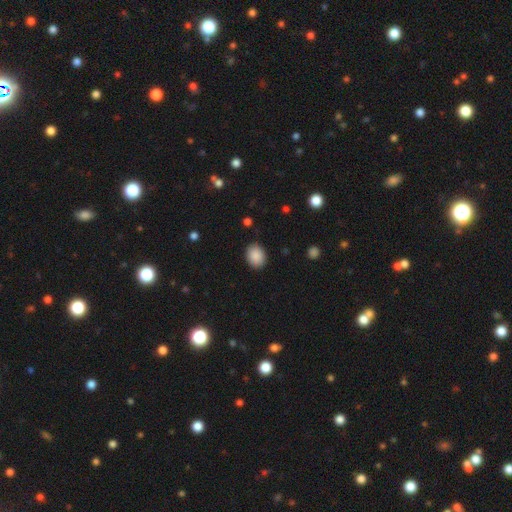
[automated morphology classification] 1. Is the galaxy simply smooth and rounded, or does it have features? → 89% smooth, 8% star or artifact, 3% featured or disk.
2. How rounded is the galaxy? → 55% in between, 44% round, 1% cigar-shaped.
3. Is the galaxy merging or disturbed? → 87% none, 9% minor disturbance, 2% major disturbance, 1% merger.